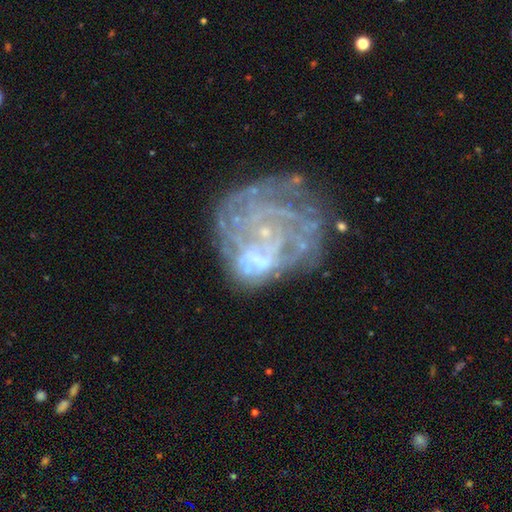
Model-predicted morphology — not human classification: smooth_or_featured: featured or disk (p=0.73) [alt: smooth p=0.15]
disk_edge_on: no (p=0.98) [alt: yes p=0.02]
bar: no (p=0.79) [alt: weak p=0.16]
has_spiral_arms: yes (p=0.51) [alt: no p=0.49]
bulge_size: none (p=0.45) [alt: small p=0.42]
merging: none (p=0.44) [alt: major disturbance p=0.28]